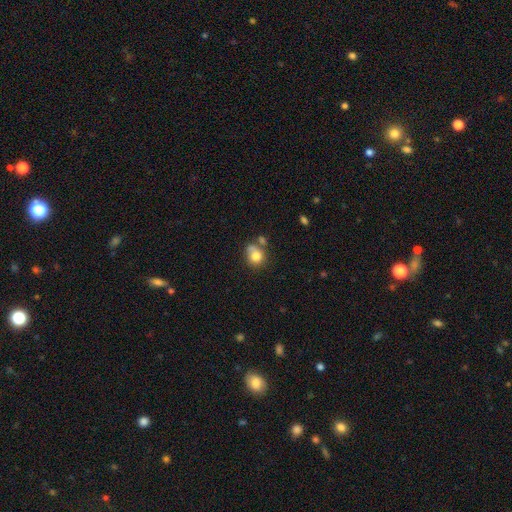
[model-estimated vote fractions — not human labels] A smooth galaxy with no disk features (78%) that is round (71%). Merging: none (46%).